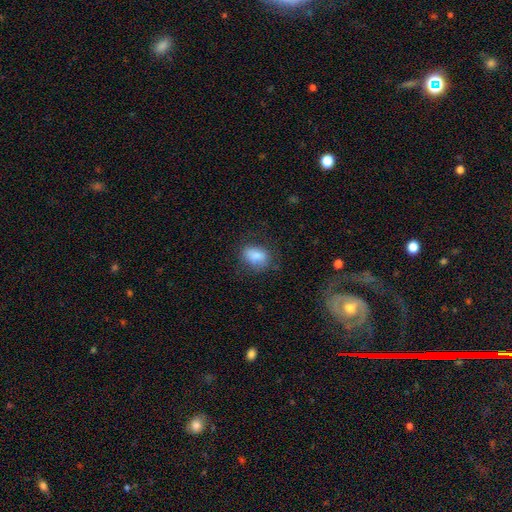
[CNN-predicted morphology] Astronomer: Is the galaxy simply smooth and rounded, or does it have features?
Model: smooth — 81%.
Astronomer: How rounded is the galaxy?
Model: in between — 76%.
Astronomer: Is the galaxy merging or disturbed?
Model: none — 66%.